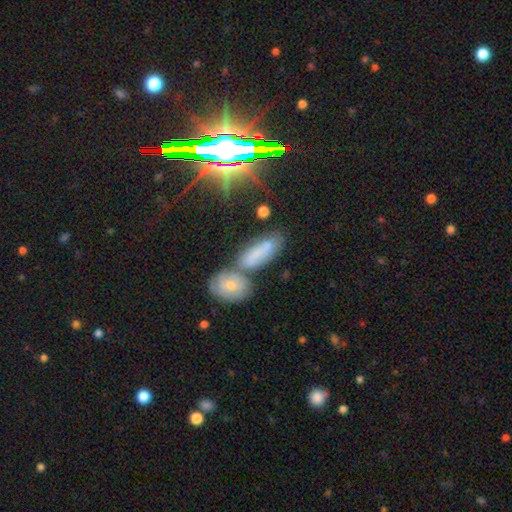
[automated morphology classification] Overall: star or artifact (37%; smooth 36%).